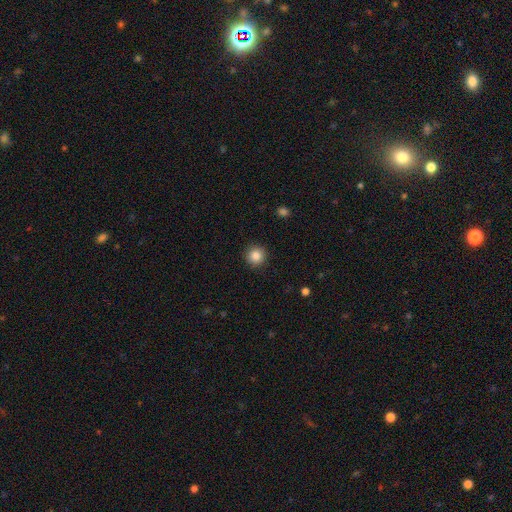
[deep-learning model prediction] smooth-or-featured: smooth: 86% | star or artifact: 10% | featured or disk: 4%
  how-rounded: round: 95% | in between: 4% | cigar-shaped: 1%
  merging: none: 92% | minor disturbance: 6% | major disturbance: 2% | merger: 1%